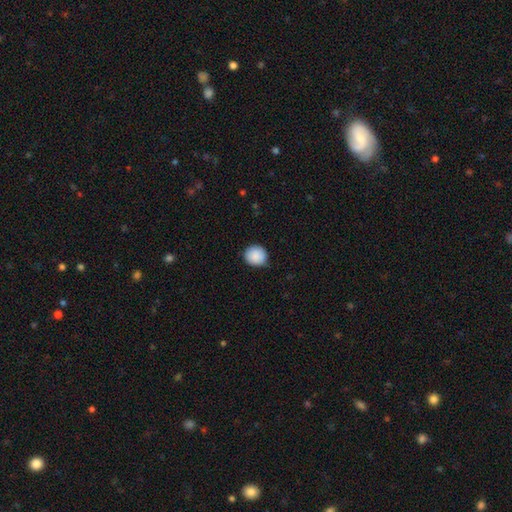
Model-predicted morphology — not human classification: Smooth or featured? Predicted: smooth (p=0.89). How rounded? Predicted: round (p=0.89). Merging? Predicted: none (p=0.82).